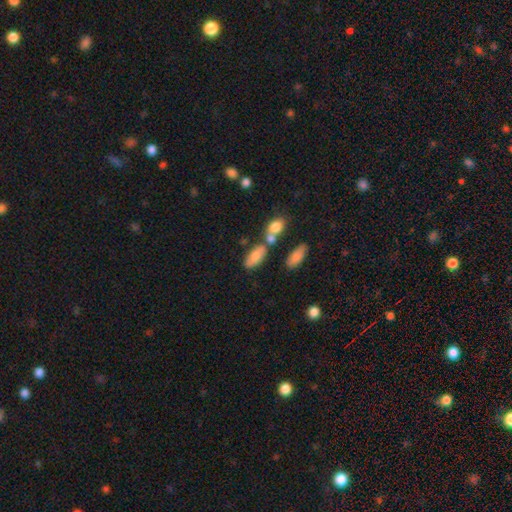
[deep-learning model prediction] Smooth or featured? smooth (73%)
How rounded? in between (83%)
Merging? none (54%)